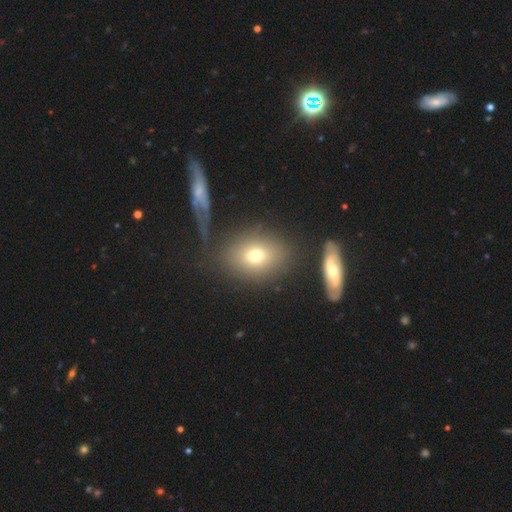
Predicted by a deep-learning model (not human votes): smooth-or-featured: smooth: 69% | featured or disk: 19% | star or artifact: 12%
  how-rounded: in between: 56% | round: 41% | cigar-shaped: 2%
  merging: none: 71% | minor disturbance: 13% | merger: 9% | major disturbance: 7%